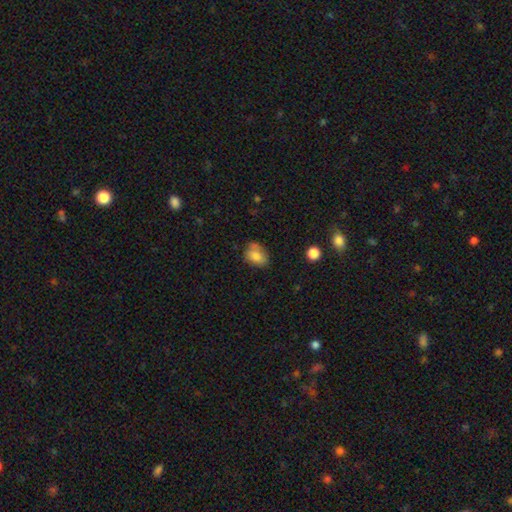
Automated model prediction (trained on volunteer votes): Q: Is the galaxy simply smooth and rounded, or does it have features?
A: smooth — 78%.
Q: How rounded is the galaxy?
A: in between — 77%.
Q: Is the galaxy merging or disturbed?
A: none — 57%.